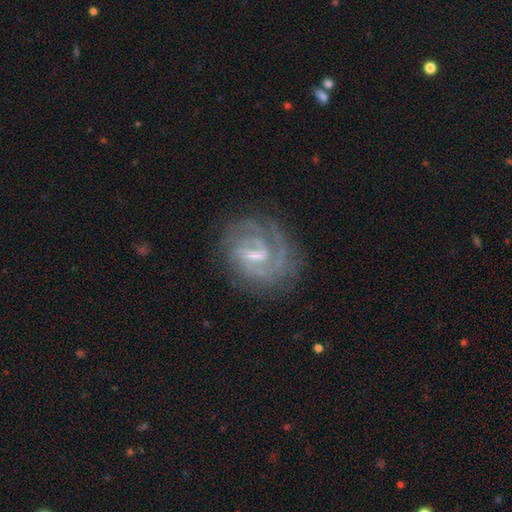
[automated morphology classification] Smooth or featured? Predicted: featured or disk (p=0.84). Edge-on disk? Predicted: no (p=0.96). Bar? Predicted: weak (p=0.49). Spiral arms? Predicted: yes (p=0.94). Spiral winding? Predicted: tight (p=0.63). Spiral arm count? Predicted: 2 (p=0.41). Bulge size? Predicted: small (p=0.48). Merging? Predicted: none (p=0.71).